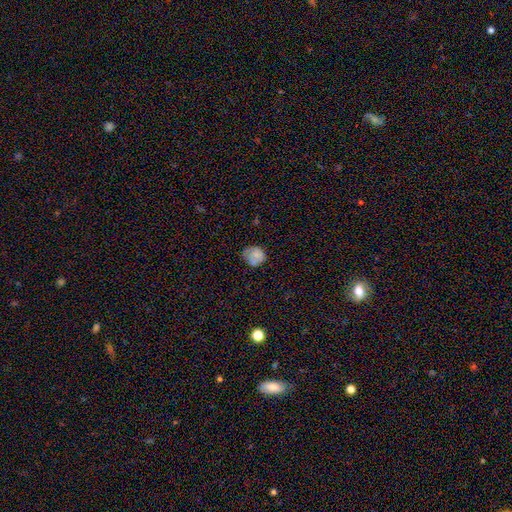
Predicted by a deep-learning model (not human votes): This is likely a smooth galaxy (71%). How rounded: likely round (74%). Merging: possibly none (55%).